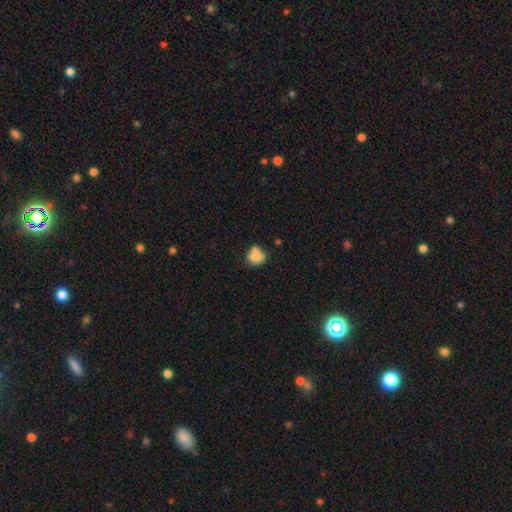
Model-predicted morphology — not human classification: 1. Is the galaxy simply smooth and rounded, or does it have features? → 80% smooth, 11% featured or disk, 10% star or artifact.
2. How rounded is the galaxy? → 68% round, 31% in between, 1% cigar-shaped.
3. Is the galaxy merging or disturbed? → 48% none, 26% minor disturbance, 18% merger, 8% major disturbance.